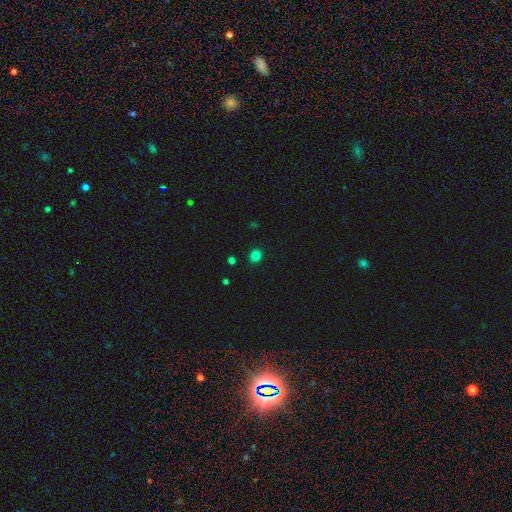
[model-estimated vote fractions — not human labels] Q: Smooth or featured?
A: smooth (82%); runner-up: star or artifact (15%)
Q: How rounded?
A: round (81%); runner-up: in between (18%)
Q: Merging?
A: none (90%); runner-up: minor disturbance (7%)